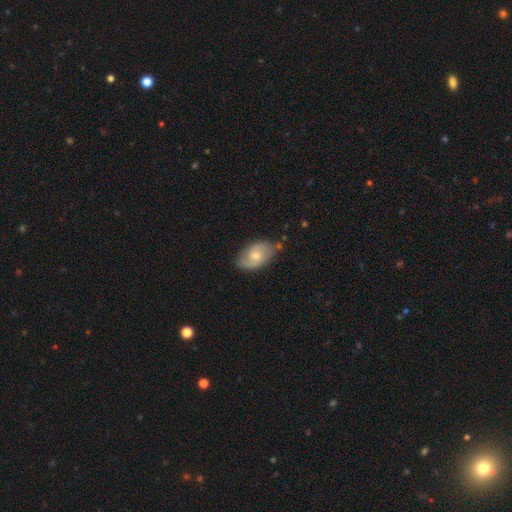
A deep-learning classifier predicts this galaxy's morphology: Smooth or featured? featured or disk (57%)
Edge-on disk? no (95%)
Bar? no (59%)
Spiral arms? yes (85%)
Bulge size? moderate (55%)
Merging? none (75%)